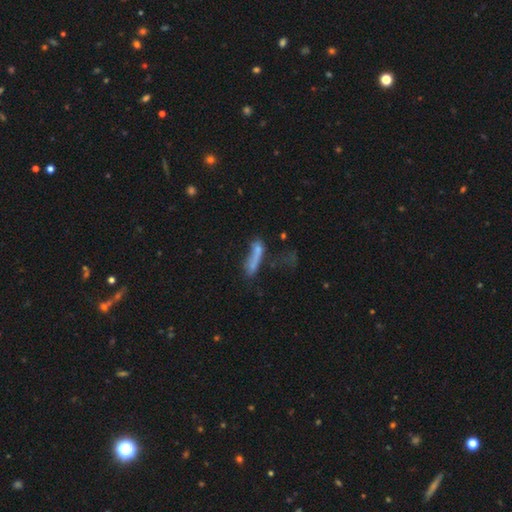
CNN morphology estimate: A smooth galaxy with no disk features (58%) that is cigar-shaped (75%).

Vote fractions:
- Smooth or featured? smooth: 58% / featured or disk: 26% / star or artifact: 16%
- How rounded? cigar-shaped: 75% / in between: 21% / round: 4%
- Merging? none: 35% / major disturbance: 24% / merger: 24% / minor disturbance: 18%